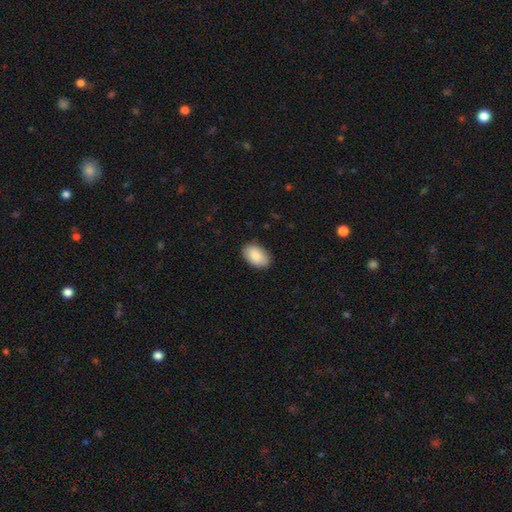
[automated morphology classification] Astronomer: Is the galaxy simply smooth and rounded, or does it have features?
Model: smooth — 88%.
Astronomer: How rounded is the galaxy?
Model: in between — 92%.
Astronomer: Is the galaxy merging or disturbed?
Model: none — 86%.